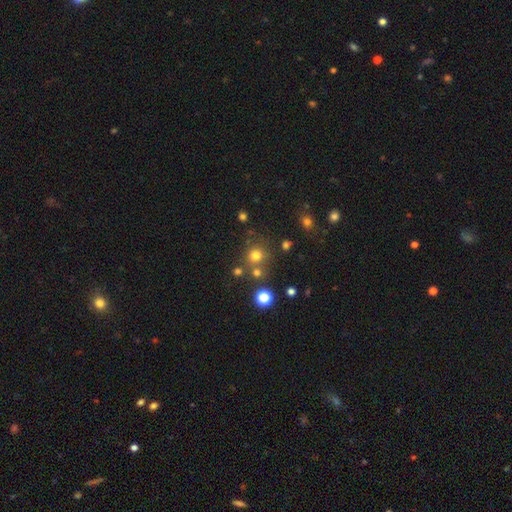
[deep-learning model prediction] smooth-or-featured: smooth: 72% | star or artifact: 20% | featured or disk: 8%
  how-rounded: round: 90% | in between: 9% | cigar-shaped: 1%
  merging: none: 71% | merger: 15% | minor disturbance: 9% | major disturbance: 4%